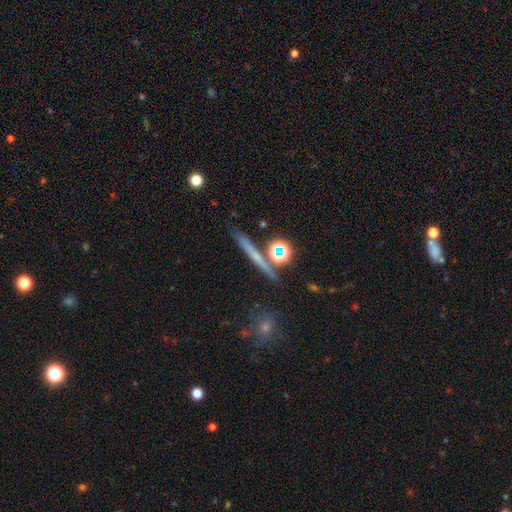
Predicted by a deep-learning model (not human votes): Q: Smooth or featured?
A: smooth (48%); runner-up: featured or disk (32%)
Q: Merging?
A: none (81%); runner-up: minor disturbance (9%)